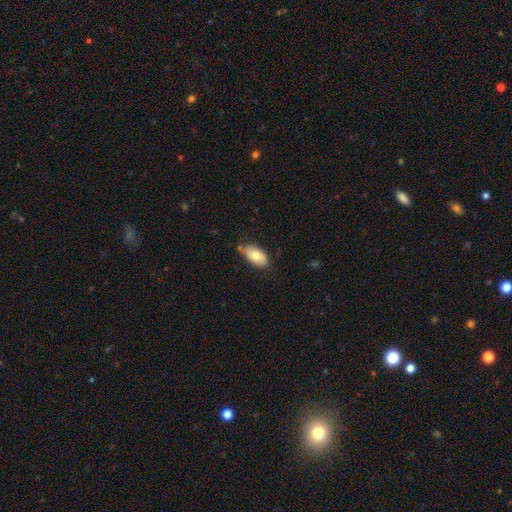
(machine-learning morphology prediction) Smooth or featured? Predicted: smooth (p=0.75). How rounded? Predicted: in between (p=0.93). Merging? Predicted: none (p=0.71).